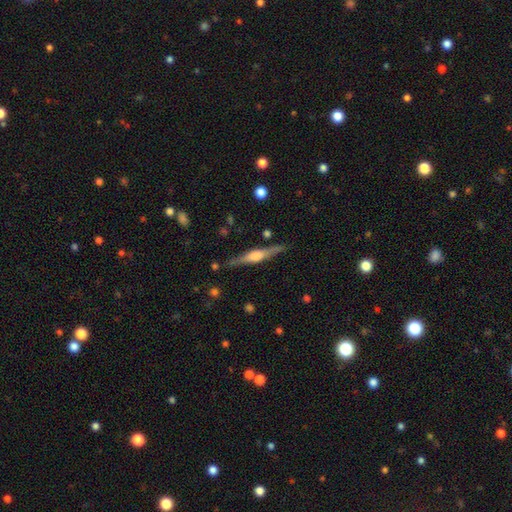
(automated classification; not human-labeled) Morphology: type=featured or disk (73%); edge-on=yes (97%); edge-on bulge=rounded (82%); merging=none (86%).